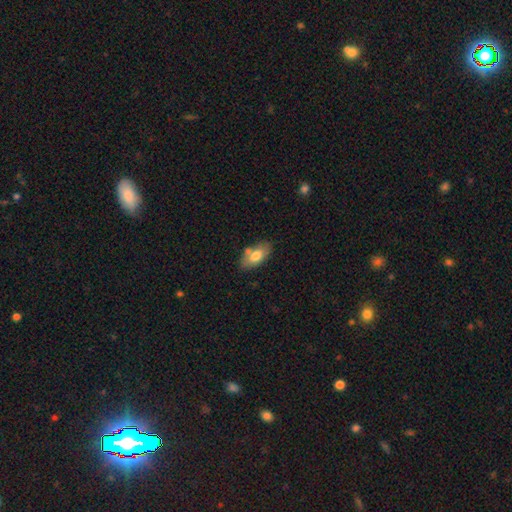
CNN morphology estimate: Overall: smooth (71%). How rounded: in between (90%). Merging: none (70%).